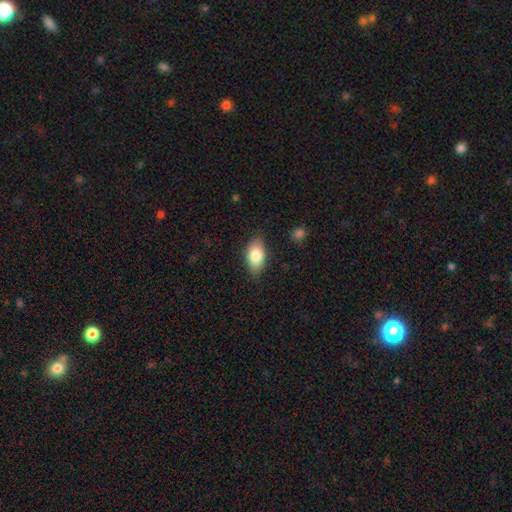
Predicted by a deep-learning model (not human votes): A smooth galaxy with no disk features (81%) that is in between round and cigar-shaped (91%).

Vote fractions:
- Smooth or featured? smooth: 81% / featured or disk: 12% / star or artifact: 7%
- How rounded? in between: 91% / round: 5% / cigar-shaped: 4%
- Merging? none: 80% / minor disturbance: 16% / major disturbance: 3% / merger: 1%